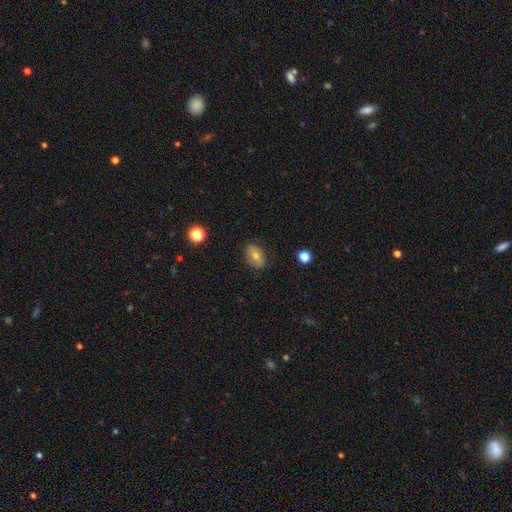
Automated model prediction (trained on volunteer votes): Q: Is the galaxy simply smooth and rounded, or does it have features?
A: smooth — 57%.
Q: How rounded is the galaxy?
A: in between — 82%.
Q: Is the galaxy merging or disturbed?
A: none — 84%.